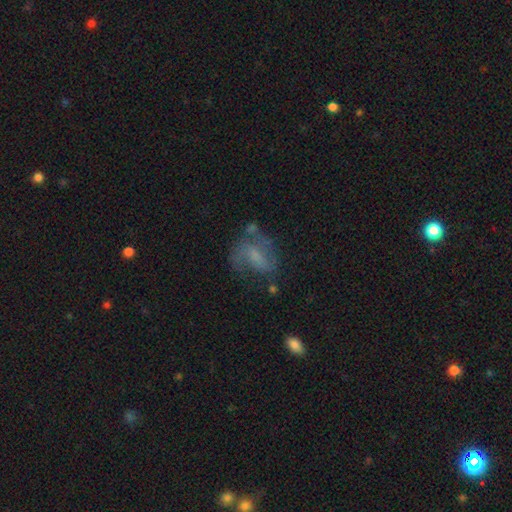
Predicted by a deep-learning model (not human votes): Smooth or featured: featured or disk — 58% (smooth — 30%)
Edge-on disk: no — 96% (yes — 4%)
Bar: weak — 46% (no — 37%)
Spiral arms: yes — 75% (no — 25%)
Bulge size: small — 38% (none — 31%)
Merging: none — 50% (minor disturbance — 22%)